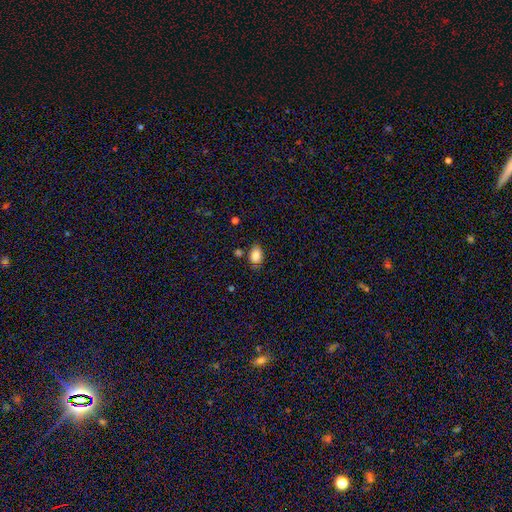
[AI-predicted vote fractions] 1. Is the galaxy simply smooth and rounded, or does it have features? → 84% smooth, 9% star or artifact, 7% featured or disk.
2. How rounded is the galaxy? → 85% in between, 13% round, 2% cigar-shaped.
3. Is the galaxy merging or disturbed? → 76% none, 16% minor disturbance, 4% merger, 3% major disturbance.